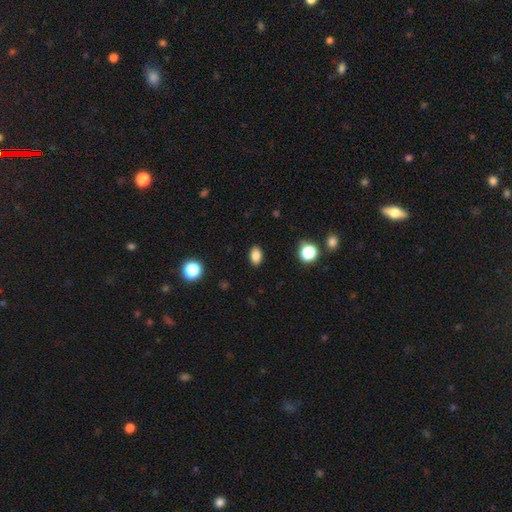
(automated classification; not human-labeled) smooth-or-featured: smooth: 85% | star or artifact: 11% | featured or disk: 4%
  how-rounded: in between: 83% | round: 16% | cigar-shaped: 1%
  merging: none: 89% | minor disturbance: 8% | major disturbance: 2% | merger: 1%